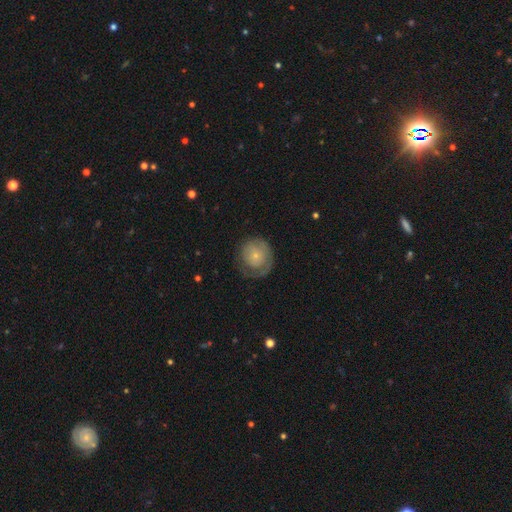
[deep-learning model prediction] This appears to be a smooth galaxy with no disk features (60%) that is round (86%). Merging: none (57%).